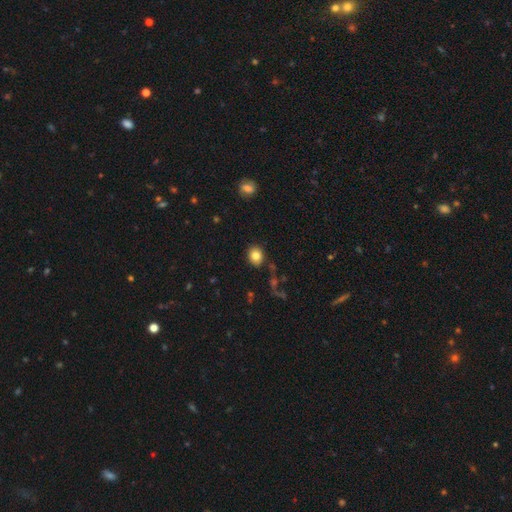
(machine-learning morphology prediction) smooth-or-featured: smooth: 82% | star or artifact: 10% | featured or disk: 8%
  how-rounded: round: 68% | in between: 31% | cigar-shaped: 1%
  merging: none: 86% | minor disturbance: 9% | merger: 3% | major disturbance: 3%